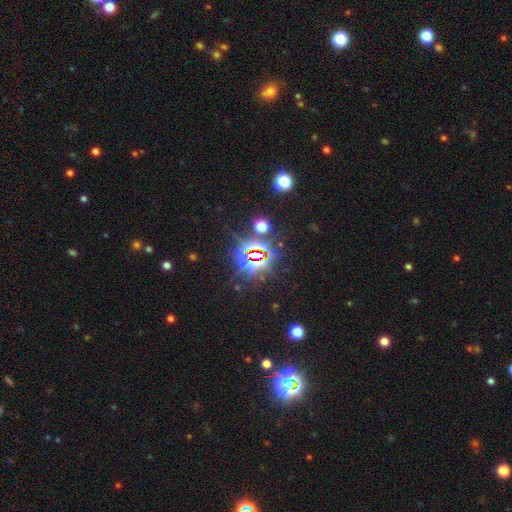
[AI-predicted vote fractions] Overall: star or artifact (81%).